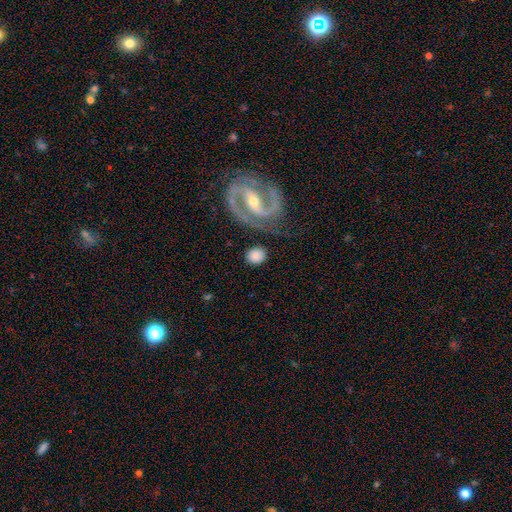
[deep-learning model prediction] Smooth or featured? Predicted: smooth (p=0.60). How rounded? Predicted: round (p=0.74). Merging? Predicted: none (p=0.78).